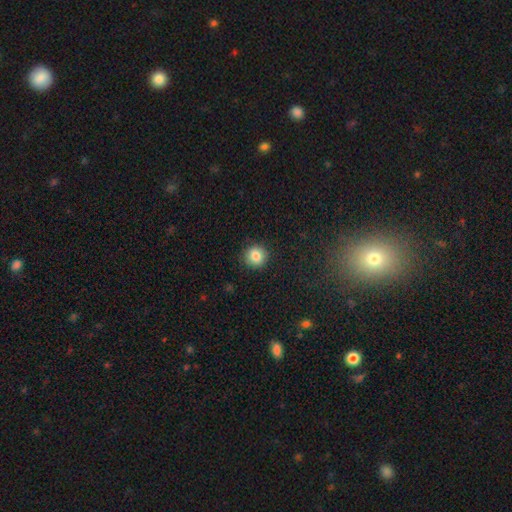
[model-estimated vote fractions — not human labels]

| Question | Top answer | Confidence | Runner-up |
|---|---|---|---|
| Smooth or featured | smooth | 84% | star or artifact (10%) |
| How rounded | round | 92% | in between (7%) |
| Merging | none | 90% | minor disturbance (7%) |